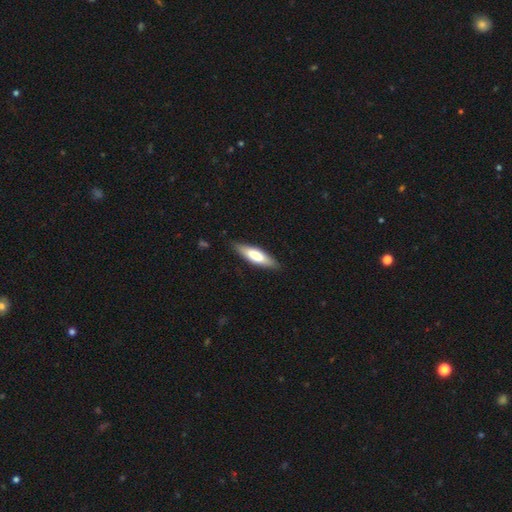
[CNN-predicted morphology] smooth 65%, featured or disk 30%, star or artifact 5%. Down the decision tree: how rounded — cigar-shaped (62%); merging — none (86%).